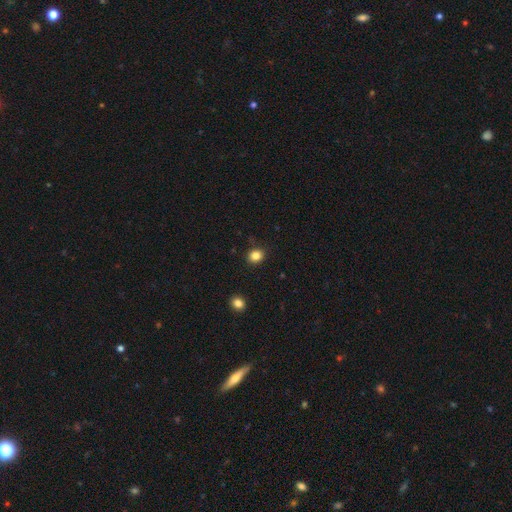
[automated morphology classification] Smooth or featured? Predicted: smooth (p=0.84). How rounded? Predicted: round (p=0.69). Merging? Predicted: none (p=0.87).